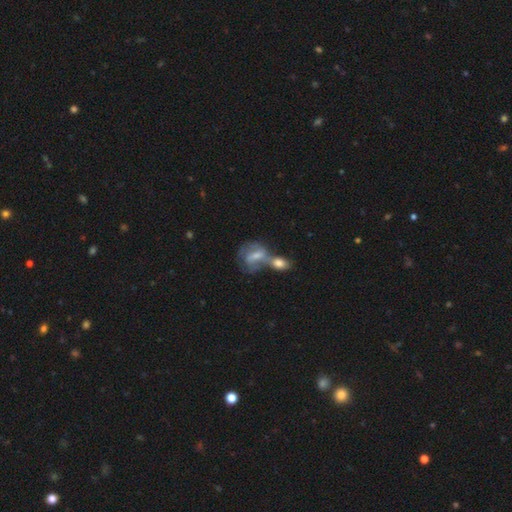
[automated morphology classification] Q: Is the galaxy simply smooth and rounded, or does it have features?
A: featured or disk — 54%.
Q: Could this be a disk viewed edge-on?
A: no — 95%.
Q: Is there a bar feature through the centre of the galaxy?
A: weak — 44%.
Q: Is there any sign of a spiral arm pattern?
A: yes — 58%.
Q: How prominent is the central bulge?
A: moderate — 39%.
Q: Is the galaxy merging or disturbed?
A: merger — 61%.